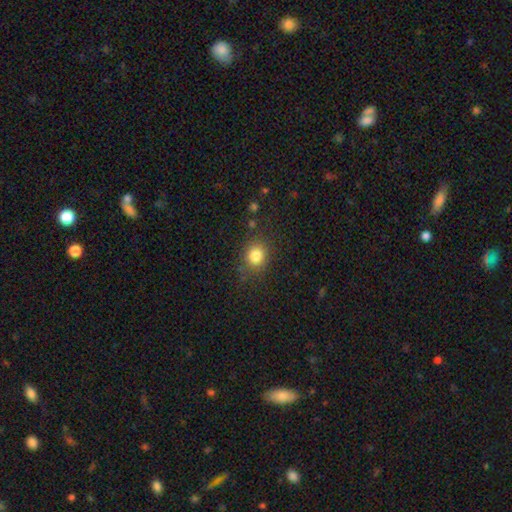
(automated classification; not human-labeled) Overall: smooth (82%). How rounded: round (73%). Merging: none (82%).